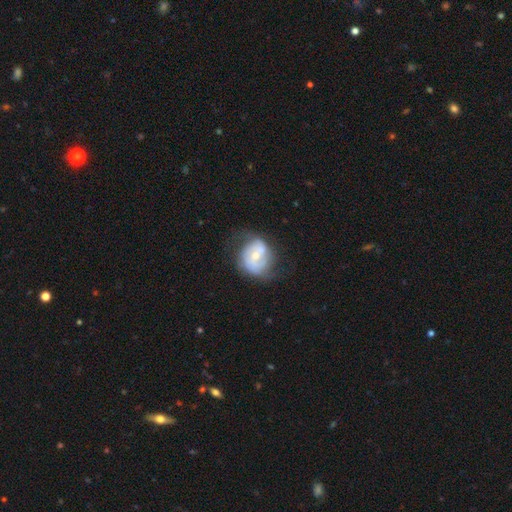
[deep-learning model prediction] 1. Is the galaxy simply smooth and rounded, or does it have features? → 68% featured or disk, 25% smooth, 7% star or artifact.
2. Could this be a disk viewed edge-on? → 97% no, 3% yes.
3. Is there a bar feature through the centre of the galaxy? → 55% no, 35% weak, 10% strong.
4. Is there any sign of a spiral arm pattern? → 78% yes, 22% no.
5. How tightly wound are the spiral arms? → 40% medium, 37% tight, 23% loose.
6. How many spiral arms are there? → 55% 2, 25% can't tell, 10% 3, 6% 1, 2% 4, 2% more than 4.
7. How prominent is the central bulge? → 48% moderate, 47% small, 2% large, 2% none, 1% dominant.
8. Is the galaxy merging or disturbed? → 50% none, 26% minor disturbance, 17% major disturbance, 7% merger.